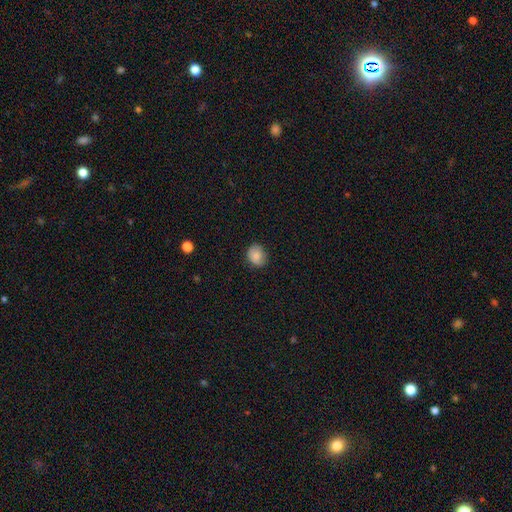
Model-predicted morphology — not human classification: type=smooth (85%); roundness=round (58%); merging=none (80%).